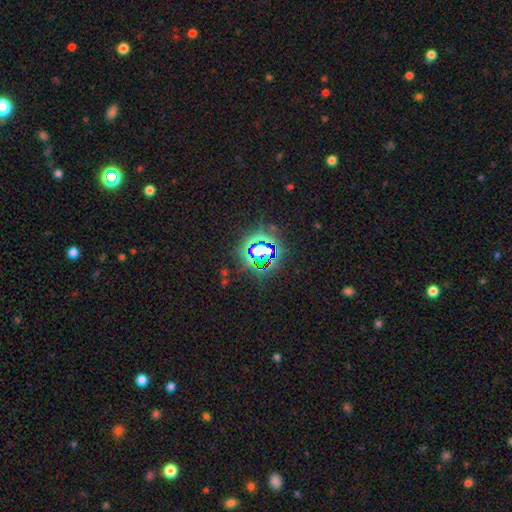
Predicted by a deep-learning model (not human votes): smooth_or_featured: star or artifact (p=0.79) [alt: smooth p=0.13]